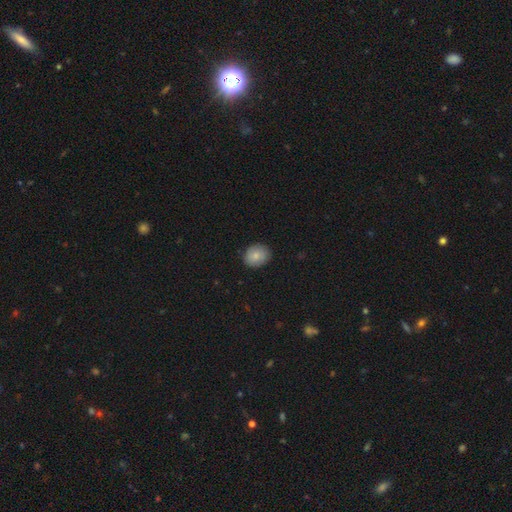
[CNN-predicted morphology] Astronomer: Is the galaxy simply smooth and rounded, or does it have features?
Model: smooth — 81%.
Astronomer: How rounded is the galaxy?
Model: round — 58% (runner-up: in between, 41%).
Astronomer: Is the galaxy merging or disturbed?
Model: none — 86%.